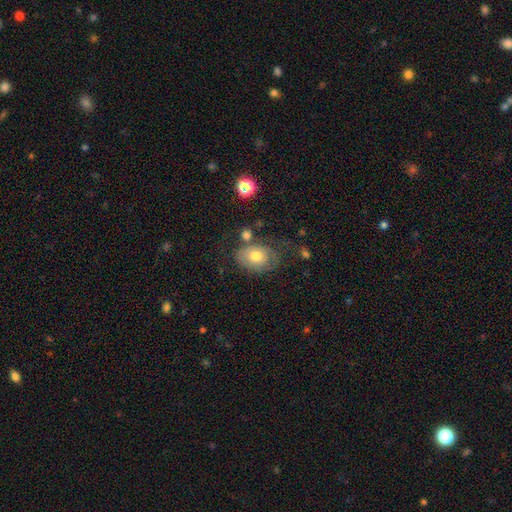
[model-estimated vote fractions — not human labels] This appears to be a smooth galaxy with no disk features (64%) that is in between round and cigar-shaped (70%). Merging: none (50%).